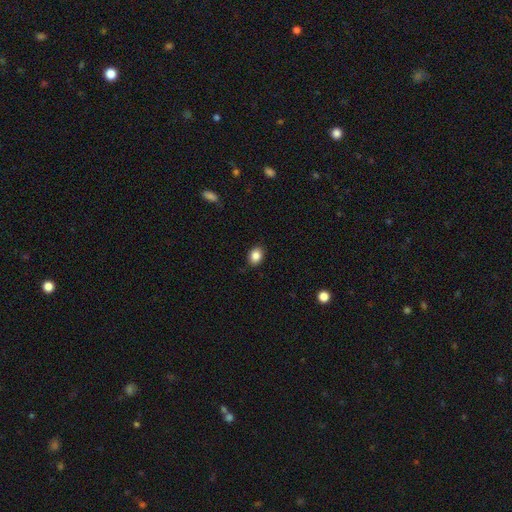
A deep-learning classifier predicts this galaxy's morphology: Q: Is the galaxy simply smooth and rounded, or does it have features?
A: smooth — 87%.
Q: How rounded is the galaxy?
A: in between — 66%.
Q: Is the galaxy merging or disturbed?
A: none — 87%.